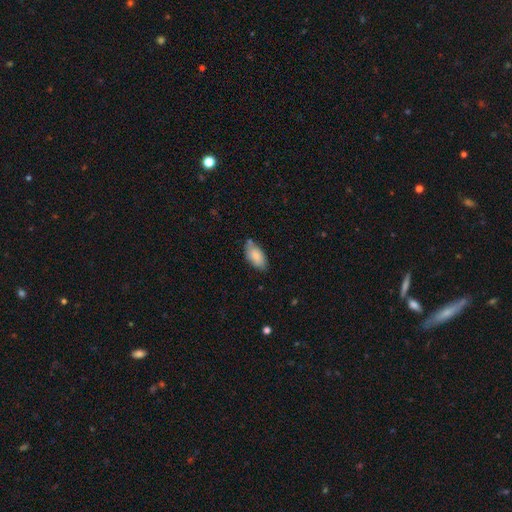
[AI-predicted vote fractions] Smooth or featured?
  - smooth: 83% *
  - featured or disk: 11%
  - star or artifact: 6%
How rounded?
  - in between: 93% *
  - cigar-shaped: 5%
  - round: 2%
Merging?
  - none: 67% *
  - minor disturbance: 24%
  - merger: 5%
  - major disturbance: 4%